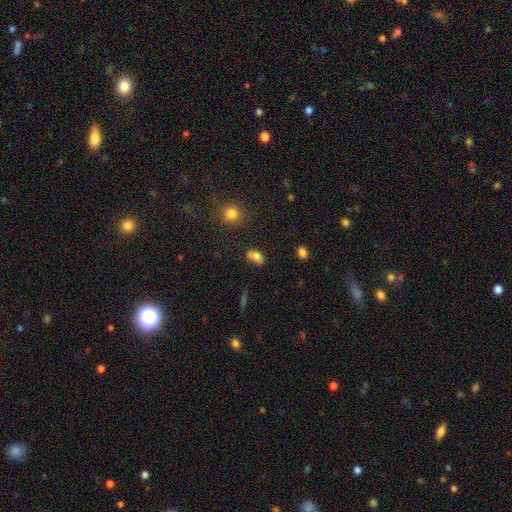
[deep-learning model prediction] Smooth or featured: smooth — 73% (featured or disk — 16%)
How rounded: in between — 80% (round — 16%)
Merging: none — 54% (merger — 23%)